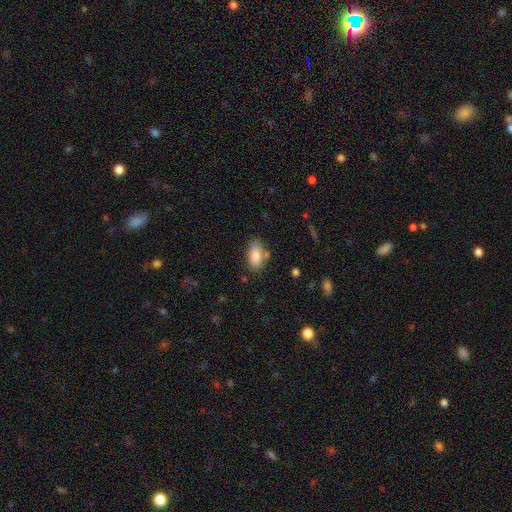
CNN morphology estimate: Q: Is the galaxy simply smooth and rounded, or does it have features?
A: smooth — 84%.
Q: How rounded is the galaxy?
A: in between — 92%.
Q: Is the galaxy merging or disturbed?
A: none — 74%.